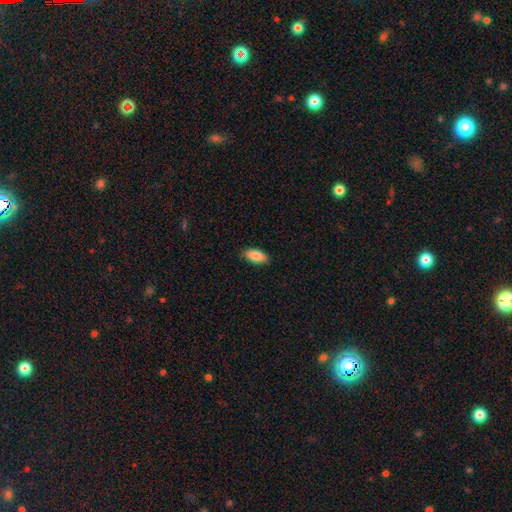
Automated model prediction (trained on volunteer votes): The model was most divided on "merging": none: 85%, minor disturbance: 12%, major disturbance: 2%, merger: 1%. More confident: how rounded — in between (90%); smooth or featured — smooth (86%).